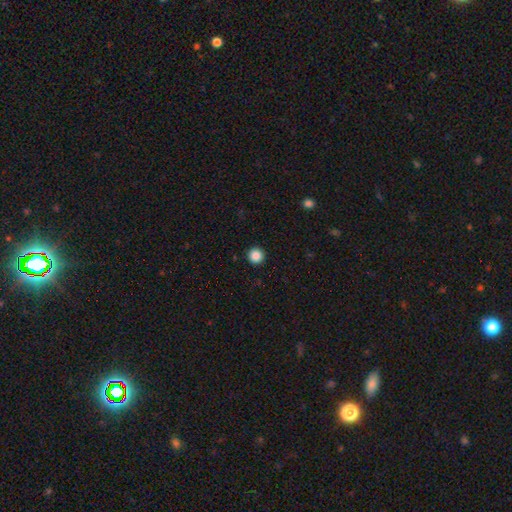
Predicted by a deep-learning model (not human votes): Overall: smooth (87%). How rounded: round (96%). Merging: none (94%).